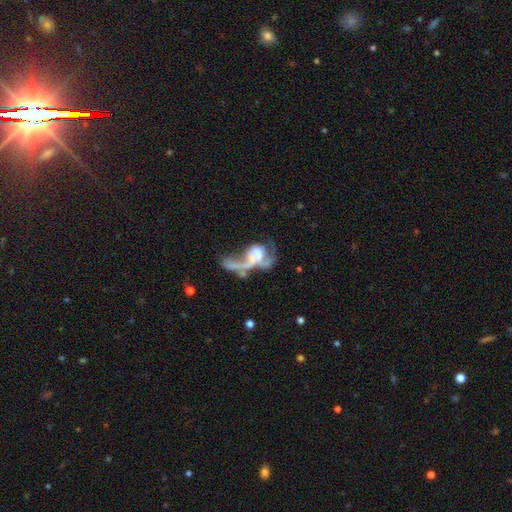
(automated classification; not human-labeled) Morphology: type=featured or disk (60%); edge-on=no (95%); bar=no (74%); spiral arms=no (62%); bulge=moderate (30%); merging=merger (48%).